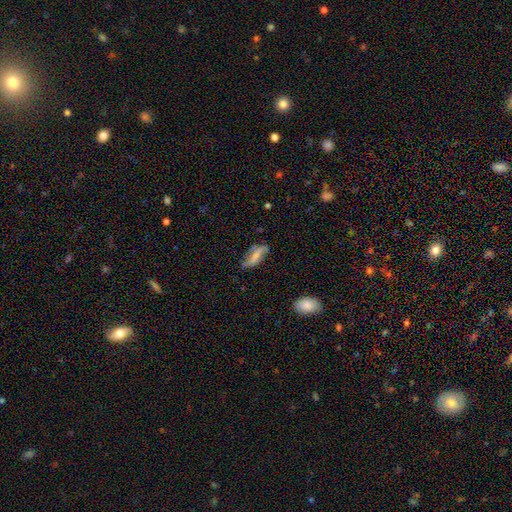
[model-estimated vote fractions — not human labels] This is possibly a featured or disk galaxy (48%). Merging: likely none (61%).